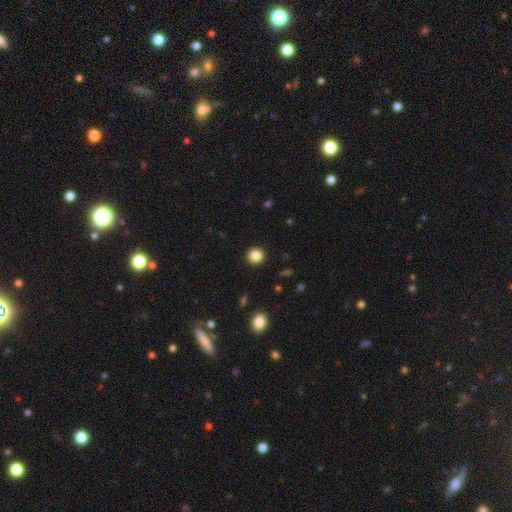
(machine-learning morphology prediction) Smooth or featured? smooth (85%)
How rounded? round (93%)
Merging? none (93%)